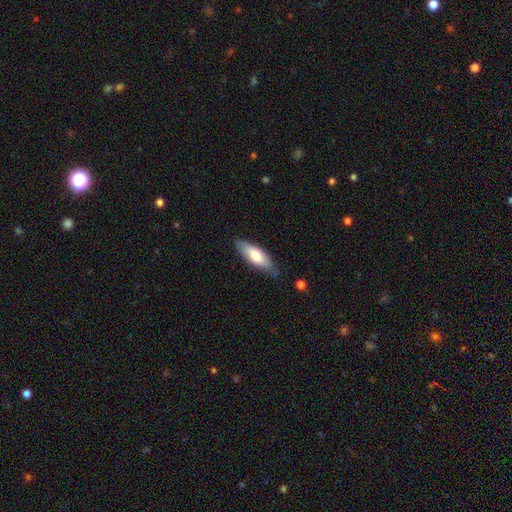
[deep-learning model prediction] smooth_or_featured: smooth (p=0.68) [alt: featured or disk p=0.26]
how_rounded: in between (p=0.62) [alt: cigar-shaped p=0.36]
merging: none (p=0.79) [alt: minor disturbance p=0.17]